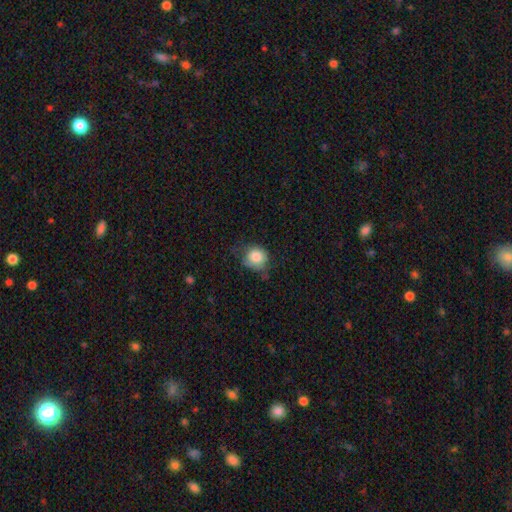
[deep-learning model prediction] Smooth or featured: smooth — 83% (featured or disk — 9%)
How rounded: round — 75% (in between — 24%)
Merging: none — 48% (minor disturbance — 36%)